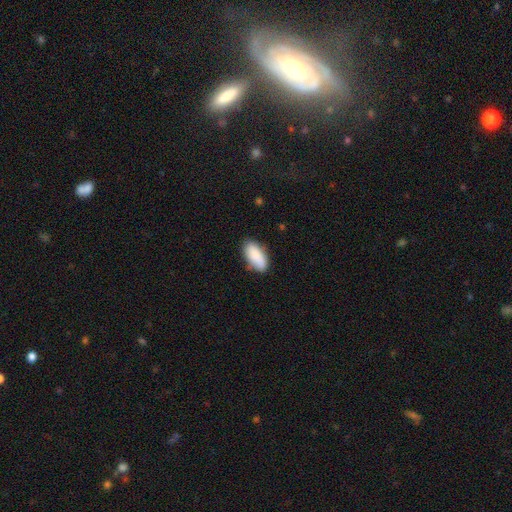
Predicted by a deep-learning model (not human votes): smooth_or_featured: smooth (p=0.87) [alt: featured or disk p=0.07]
how_rounded: in between (p=0.90) [alt: cigar-shaped p=0.08]
merging: none (p=0.75) [alt: minor disturbance p=0.19]